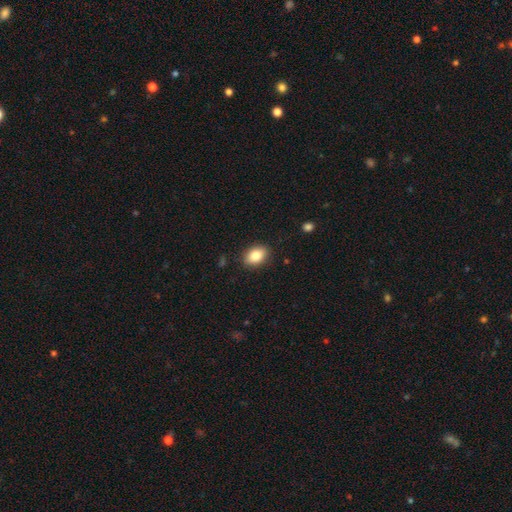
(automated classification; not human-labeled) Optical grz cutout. It shows a smooth galaxy with no disk features (85%) that is in between round and cigar-shaped (81%). Merging: none (87%).